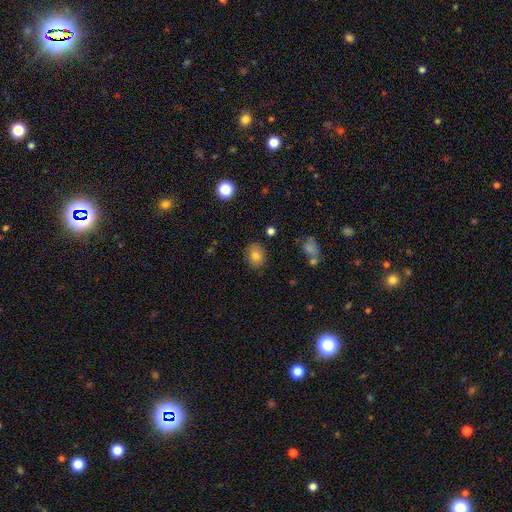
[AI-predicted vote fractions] The model was most divided on "how rounded": in between: 61%, round: 38%, cigar-shaped: 1%. More confident: merging — none (84%); smooth or featured — smooth (81%).